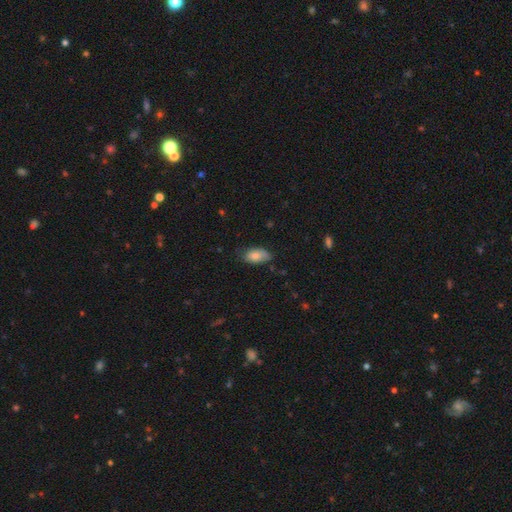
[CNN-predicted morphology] smooth 82%, featured or disk 11%, star or artifact 7%. Down the decision tree: how rounded — in between (93%); merging — none (64%).